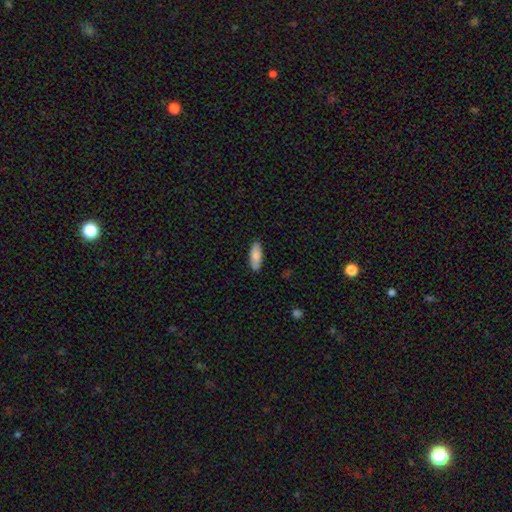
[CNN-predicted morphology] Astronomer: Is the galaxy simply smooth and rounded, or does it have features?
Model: smooth — 84%.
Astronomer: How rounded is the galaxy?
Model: in between — 75%.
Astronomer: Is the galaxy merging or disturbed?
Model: none — 86%.